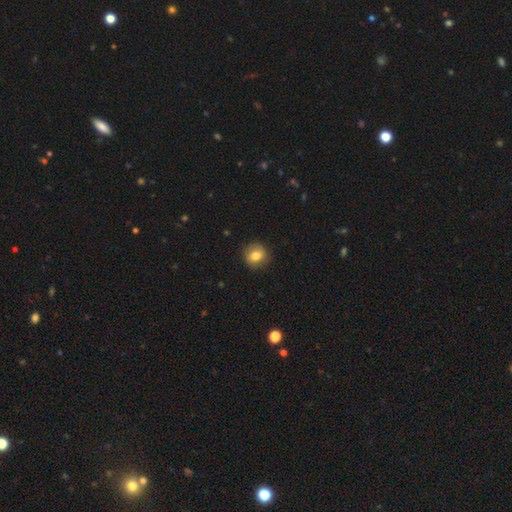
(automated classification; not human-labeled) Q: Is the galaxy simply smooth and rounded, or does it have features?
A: smooth — 77%.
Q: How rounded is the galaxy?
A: round — 80%.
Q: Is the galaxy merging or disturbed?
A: none — 86%.